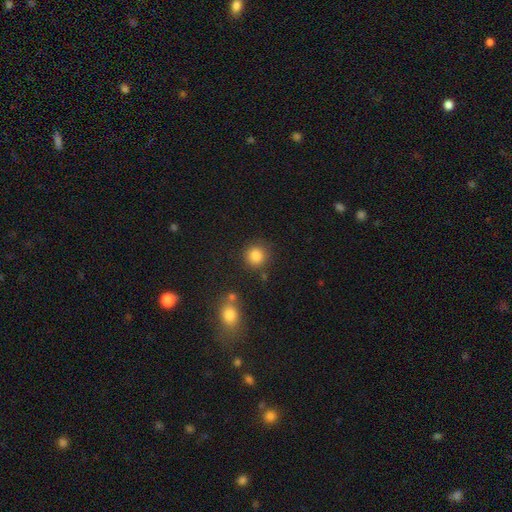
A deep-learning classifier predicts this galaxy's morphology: smooth 85%, star or artifact 10%, featured or disk 4%. Down the decision tree: how rounded — round (91%); merging — none (83%).